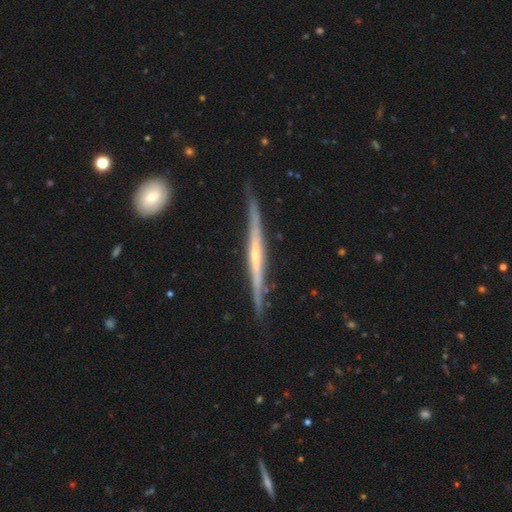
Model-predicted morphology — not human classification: Smooth or featured? featured or disk (80%)
Edge-on disk? yes (97%)
Edge-on bulge? none (54%)
Merging? none (81%)